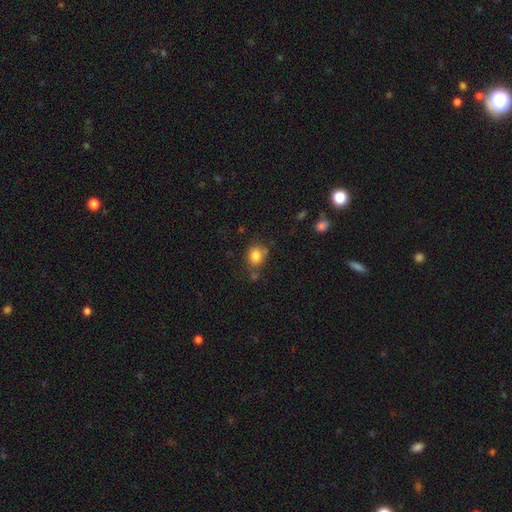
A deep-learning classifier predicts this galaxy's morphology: This is clearly a smooth galaxy (83%). How rounded: likely round (69%). Merging: likely none (66%).